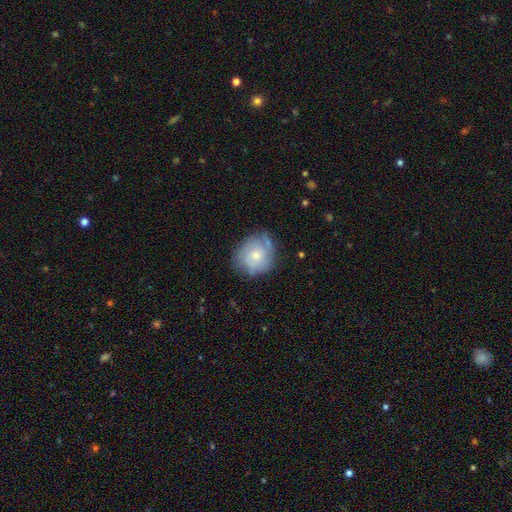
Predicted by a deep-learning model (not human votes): Overall: featured or disk (55%; smooth 38%). Edge-on disk: no (97%). Bar: no (80%). Spiral arms: yes (80%). Bulge size: small (52%; moderate 42%). Merging: none (68%).